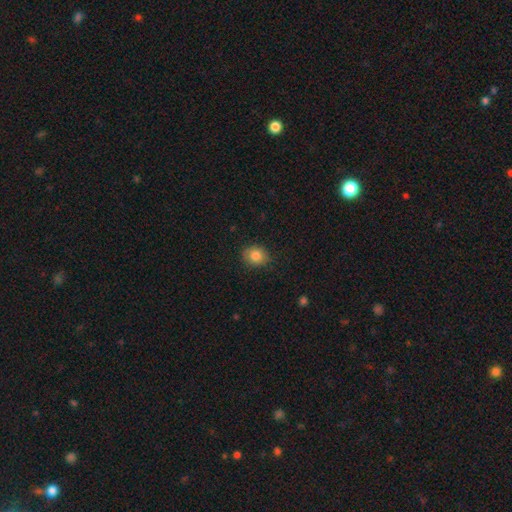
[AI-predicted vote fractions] smooth 83%, star or artifact 9%, featured or disk 7%. Down the decision tree: how rounded — round (61%); merging — none (85%).